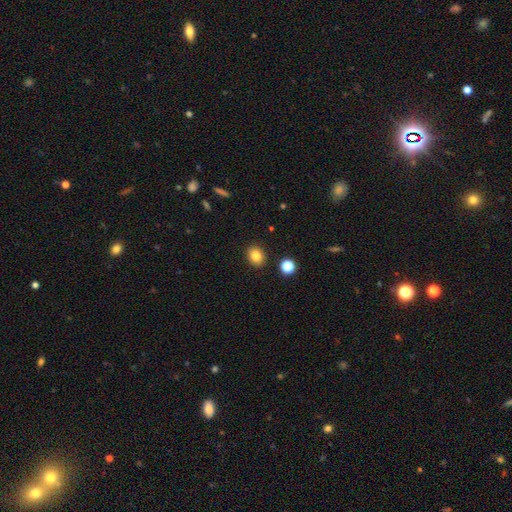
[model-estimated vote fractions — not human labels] Smooth or featured? smooth (84%)
How rounded? round (57%)
Merging? none (89%)